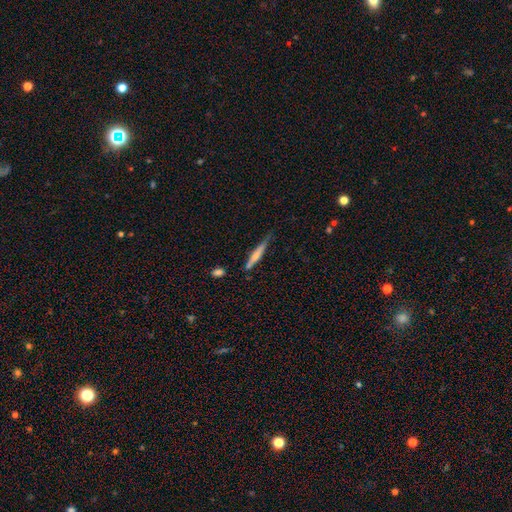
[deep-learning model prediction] Smooth or featured?
  - smooth: 55% *
  - featured or disk: 39%
  - star or artifact: 6%
How rounded?
  - cigar-shaped: 92% *
  - in between: 7%
  - round: 2%
Merging?
  - none: 66% *
  - minor disturbance: 24%
  - merger: 5%
  - major disturbance: 5%